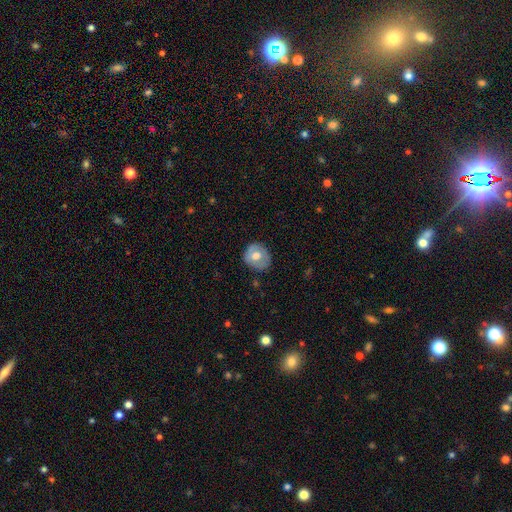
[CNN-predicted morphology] Smooth or featured?
  - smooth: 59% *
  - featured or disk: 34%
  - star or artifact: 7%
How rounded?
  - round: 73% *
  - in between: 26%
  - cigar-shaped: 1%
Merging?
  - none: 77% *
  - minor disturbance: 18%
  - major disturbance: 4%
  - merger: 1%